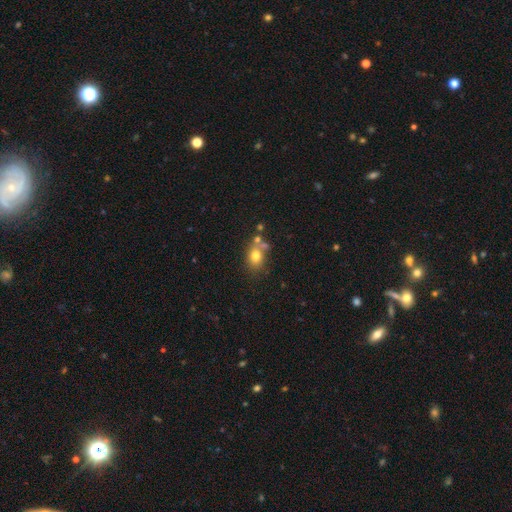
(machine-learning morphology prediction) A smooth galaxy with no disk features (75%) that is in between round and cigar-shaped (59%). Merging: none (53%).